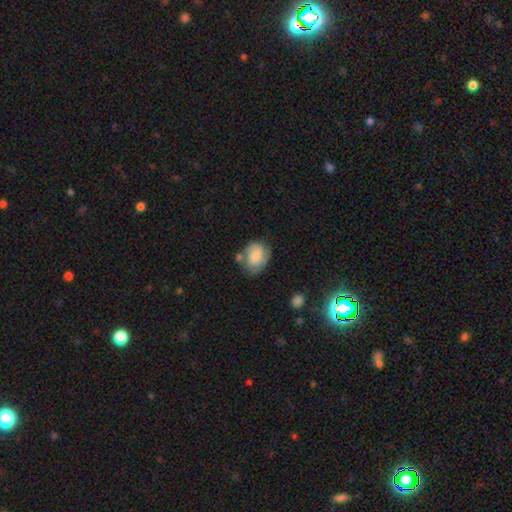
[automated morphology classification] A smooth galaxy with no disk features (57%) that is in between round and cigar-shaped (53%).

Vote fractions:
- Smooth or featured? smooth: 57% / featured or disk: 35% / star or artifact: 8%
- How rounded? in between: 53% / round: 46% / cigar-shaped: 1%
- Merging? none: 54% / minor disturbance: 24% / merger: 13% / major disturbance: 9%